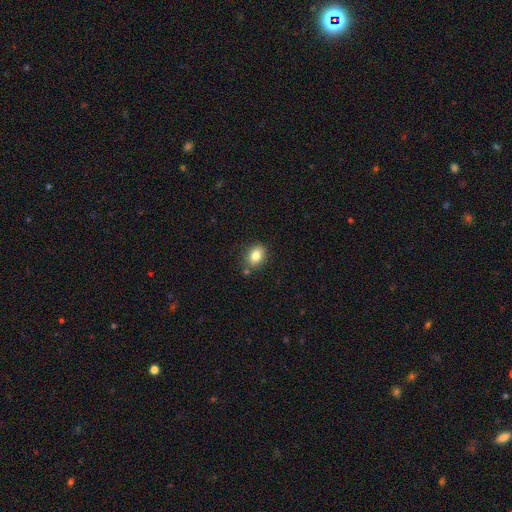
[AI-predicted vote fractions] Smooth or featured? smooth (82%)
How rounded? in between (70%)
Merging? none (77%)